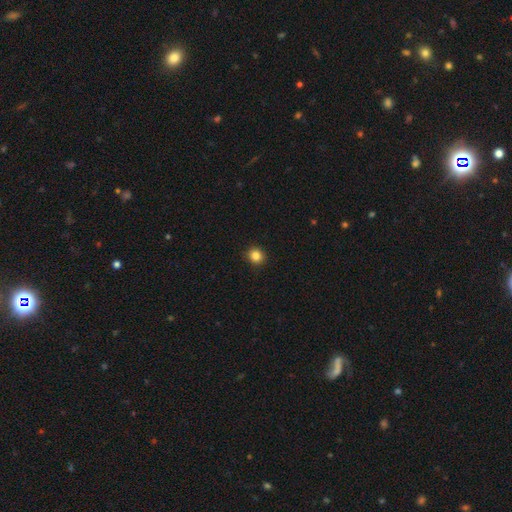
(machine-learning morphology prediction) This is clearly a smooth galaxy (85%). How rounded: clearly round (86%). Merging: clearly none (92%).